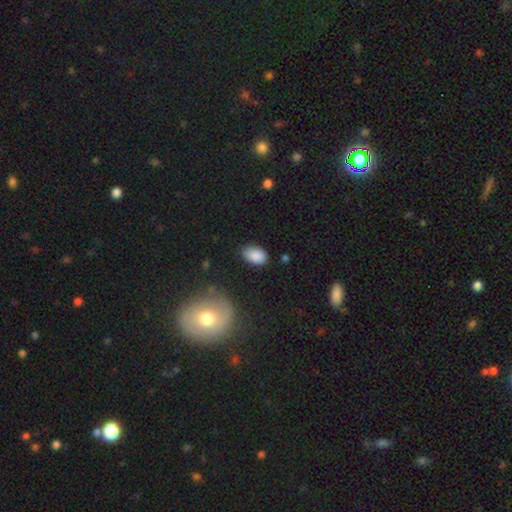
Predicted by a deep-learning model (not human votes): smooth_or_featured: smooth (p=0.87) [alt: star or artifact p=0.08]
how_rounded: in between (p=0.91) [alt: round p=0.08]
merging: none (p=0.81) [alt: minor disturbance p=0.14]